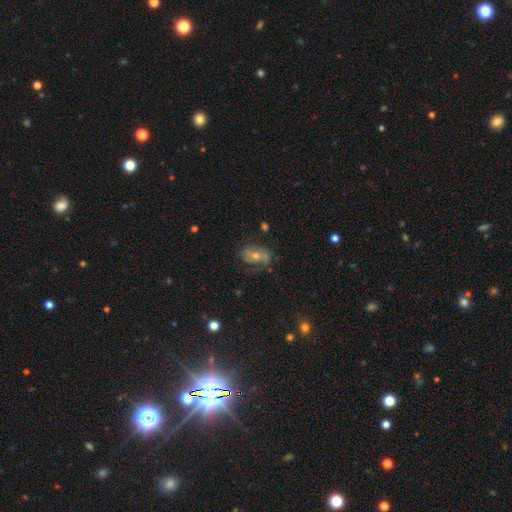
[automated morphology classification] smooth_or_featured: featured or disk (p=0.67) [alt: smooth p=0.18]
disk_edge_on: no (p=0.95) [alt: yes p=0.05]
bar: no (p=0.60) [alt: weak p=0.30]
has_spiral_arms: yes (p=0.87) [alt: no p=0.13]
spiral_winding: medium (p=0.44) [alt: tight p=0.32]
spiral_arm_count: 2 (p=0.57) [alt: can't tell p=0.19]
bulge_size: moderate (p=0.57) [alt: small p=0.38]
merging: none (p=0.67) [alt: minor disturbance p=0.20]